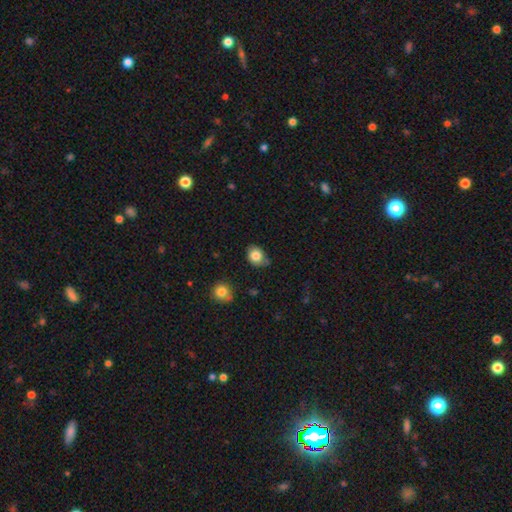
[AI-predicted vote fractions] smooth_or_featured: smooth (p=0.83) [alt: star or artifact p=0.09]
how_rounded: in between (p=0.52) [alt: round p=0.47]
merging: none (p=0.64) [alt: minor disturbance p=0.27]